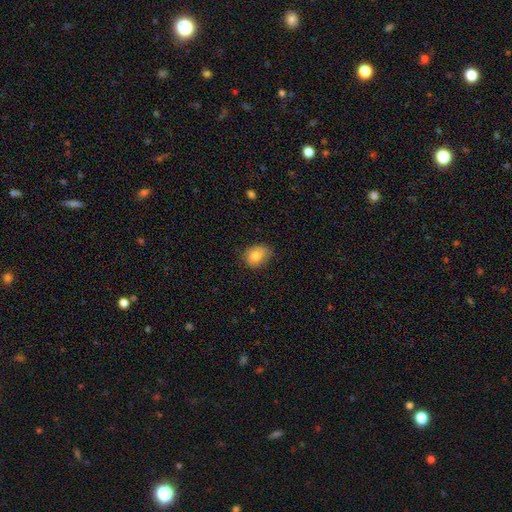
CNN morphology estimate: A smooth galaxy with no disk features (79%) that is in between round and cigar-shaped (59%). Merging: none (68%).